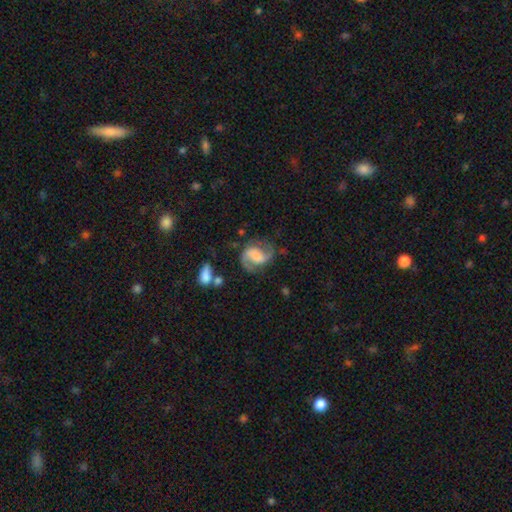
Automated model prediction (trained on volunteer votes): Smooth or featured: featured or disk — 82% (smooth — 12%)
Edge-on disk: no — 98% (yes — 2%)
Bar: weak — 44% (no — 35%)
Spiral arms: yes — 96% (no — 4%)
Spiral winding: medium — 51% (loose — 33%)
Spiral arm count: 2 — 90% (1 — 4%)
Bulge size: none — 30% (moderate — 25%)
Merging: none — 67% (minor disturbance — 18%)